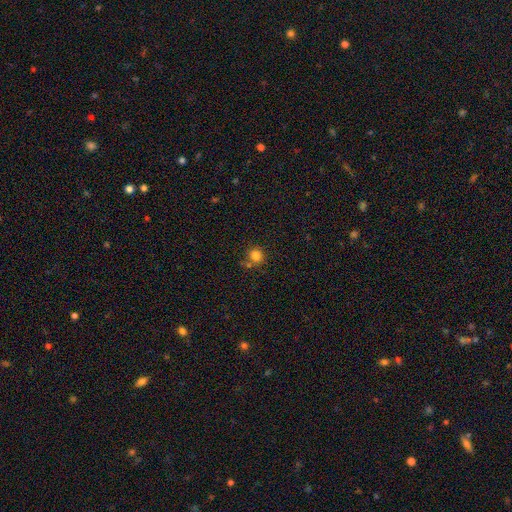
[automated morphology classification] A smooth galaxy with no disk features (82%) that is round (87%). Merging: none (67%).